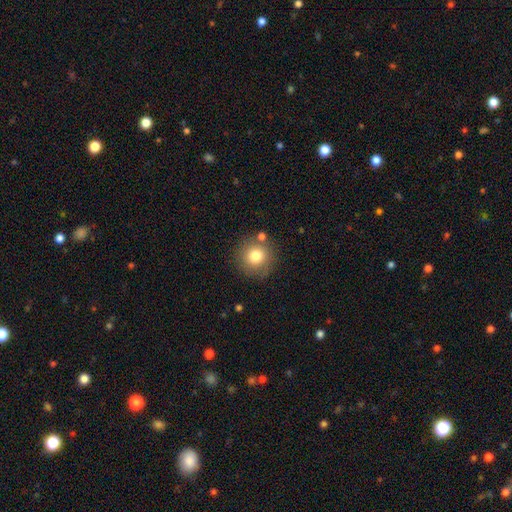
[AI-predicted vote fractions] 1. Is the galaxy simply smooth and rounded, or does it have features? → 78% smooth, 11% star or artifact, 11% featured or disk.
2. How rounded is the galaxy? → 93% round, 6% in between, 1% cigar-shaped.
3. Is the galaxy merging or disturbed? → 81% none, 9% minor disturbance, 7% merger, 3% major disturbance.